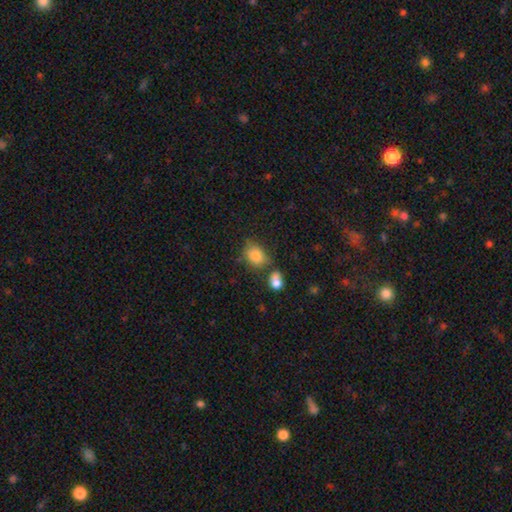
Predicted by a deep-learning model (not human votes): Q: Smooth or featured?
A: smooth (82%); runner-up: star or artifact (10%)
Q: How rounded?
A: in between (56%); runner-up: round (43%)
Q: Merging?
A: none (59%); runner-up: minor disturbance (19%)